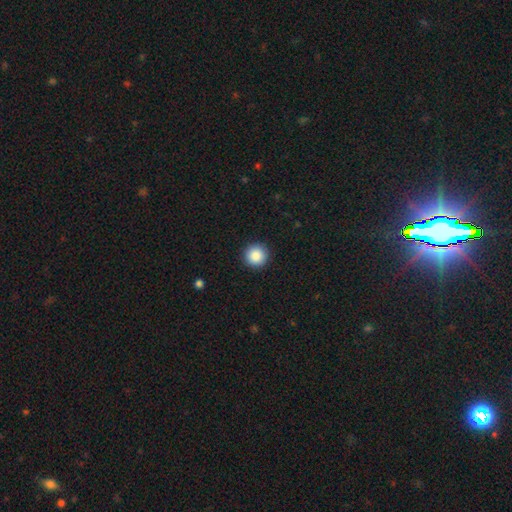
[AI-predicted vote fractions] This is clearly a smooth galaxy (88%). How rounded: clearly round (96%). Merging: clearly none (93%).